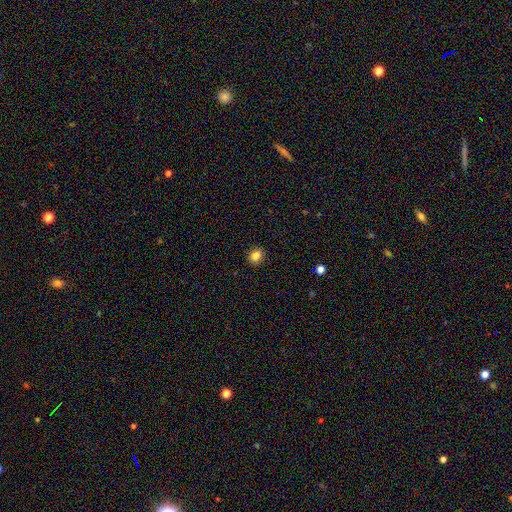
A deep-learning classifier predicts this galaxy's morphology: smooth_or_featured: smooth (p=0.84) [alt: star or artifact p=0.10]
how_rounded: round (p=0.67) [alt: in between p=0.32]
merging: none (p=0.91) [alt: minor disturbance p=0.07]